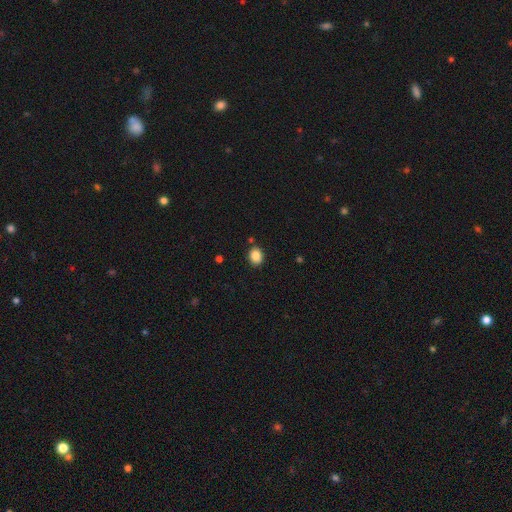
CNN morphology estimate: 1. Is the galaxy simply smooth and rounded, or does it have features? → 86% smooth, 9% star or artifact, 4% featured or disk.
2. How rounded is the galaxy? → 57% round, 42% in between, 1% cigar-shaped.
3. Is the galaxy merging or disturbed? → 85% none, 9% minor disturbance, 4% merger, 2% major disturbance.